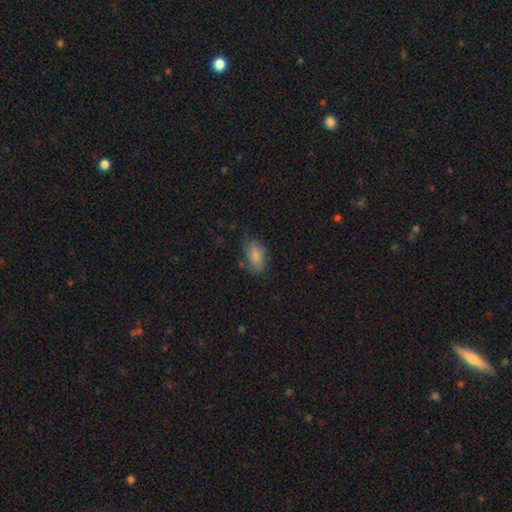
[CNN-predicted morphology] A smooth galaxy with no disk features (79%) that is in between round and cigar-shaped (91%). Merging: none (57%).